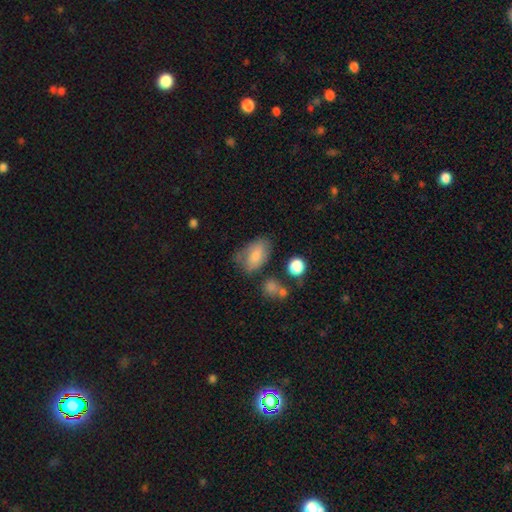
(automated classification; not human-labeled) smooth 75%, featured or disk 18%, star or artifact 8%. Down the decision tree: how rounded — in between (90%); merging — none (57%).